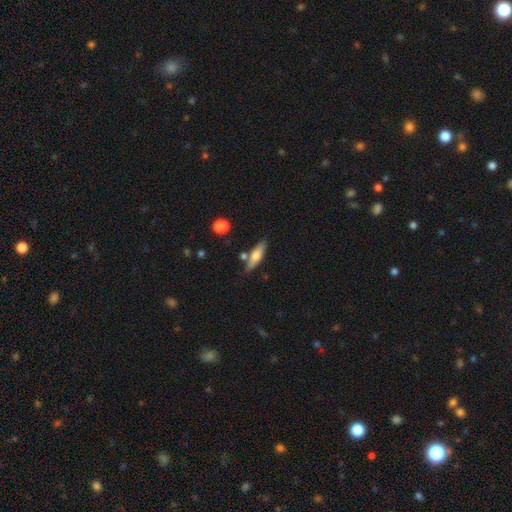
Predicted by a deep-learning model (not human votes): The model was most divided on "how rounded": cigar-shaped: 60%, in between: 38%, round: 2%. More confident: merging — none (74%); smooth or featured — smooth (61%).